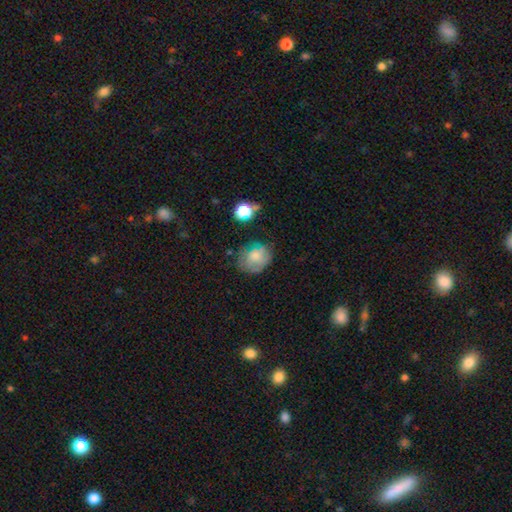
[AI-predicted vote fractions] Smooth or featured? smooth (71%)
How rounded? round (69%)
Merging? none (56%)